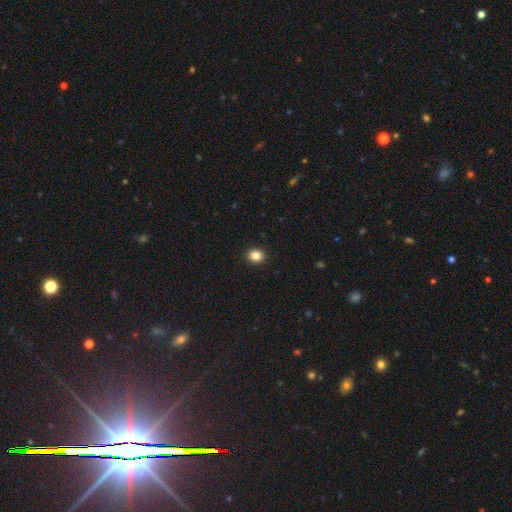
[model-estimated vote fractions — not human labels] smooth 85%, star or artifact 11%, featured or disk 4%. Down the decision tree: how rounded — round (76%); merging — none (93%).